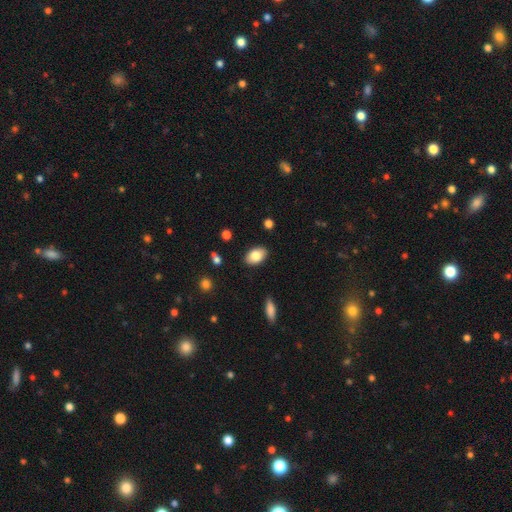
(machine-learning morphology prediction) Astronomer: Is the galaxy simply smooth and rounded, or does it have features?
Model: smooth — 82%.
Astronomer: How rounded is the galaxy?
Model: in between — 91%.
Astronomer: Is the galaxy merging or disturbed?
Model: none — 87%.